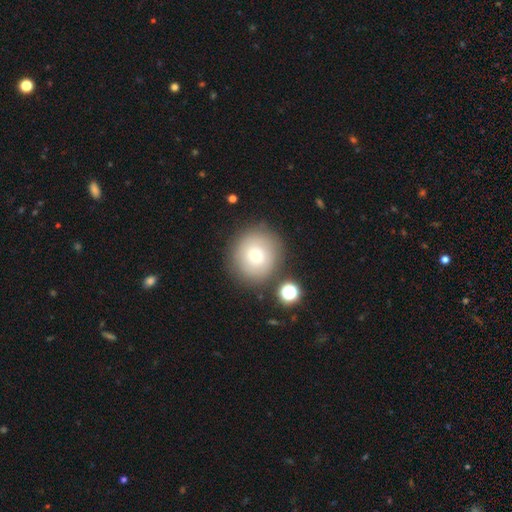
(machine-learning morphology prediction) This appears to be a smooth galaxy with no disk features (66%) that is round (88%). Merging: none (79%).